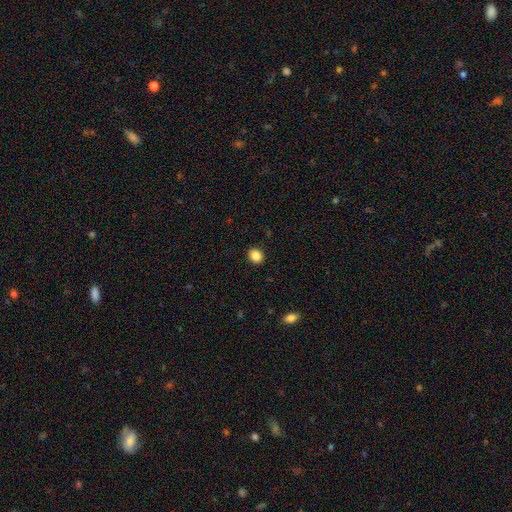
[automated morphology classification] Overall: smooth (87%). How rounded: round (64%; in between 35%). Merging: none (91%).